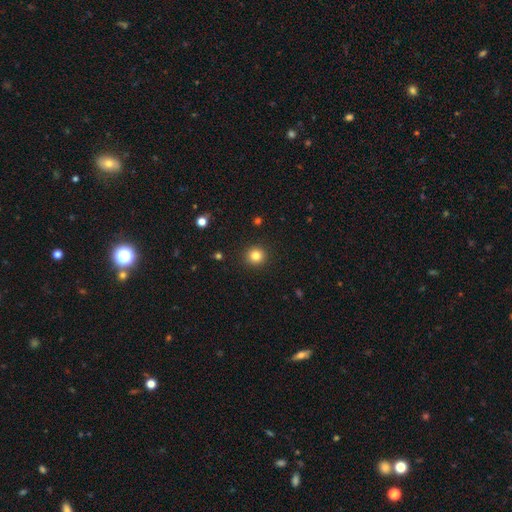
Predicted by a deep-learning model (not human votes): This is clearly a smooth galaxy (83%). How rounded: clearly round (93%). Merging: clearly none (92%).